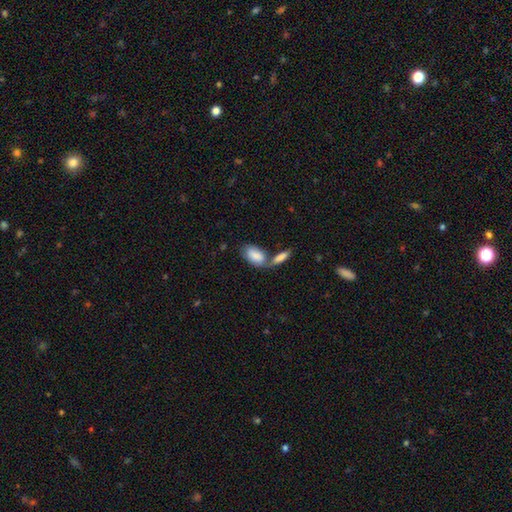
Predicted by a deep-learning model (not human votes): The model was most divided on "merging": merger: 45%, none: 39%, minor disturbance: 12%, major disturbance: 4%. More confident: how rounded — in between (92%); smooth or featured — smooth (84%).